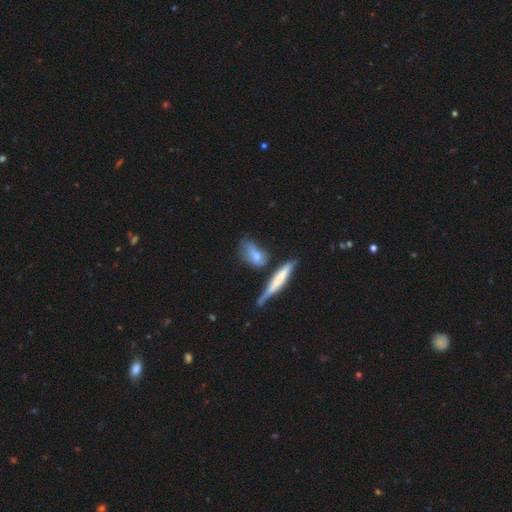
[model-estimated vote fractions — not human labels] Smooth or featured?
  - smooth: 65% *
  - featured or disk: 27%
  - star or artifact: 8%
How rounded?
  - in between: 57% *
  - cigar-shaped: 37%
  - round: 7%
Merging?
  - none: 39% *
  - minor disturbance: 27%
  - merger: 20%
  - major disturbance: 14%